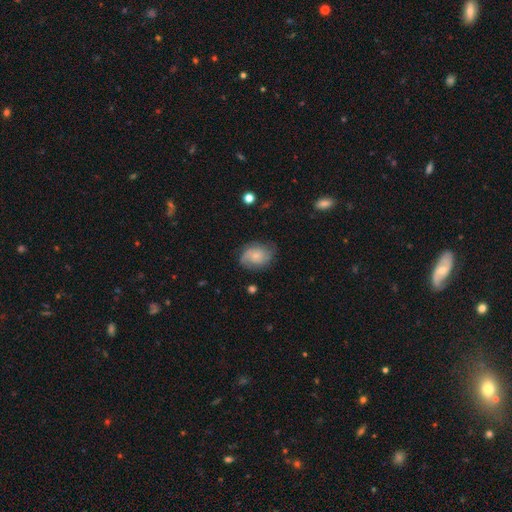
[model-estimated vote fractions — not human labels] Morphology: type=featured or disk (57%); edge-on=no (97%); bar=no (74%); spiral arms=yes (89%); bulge=small (65%); merging=none (68%).